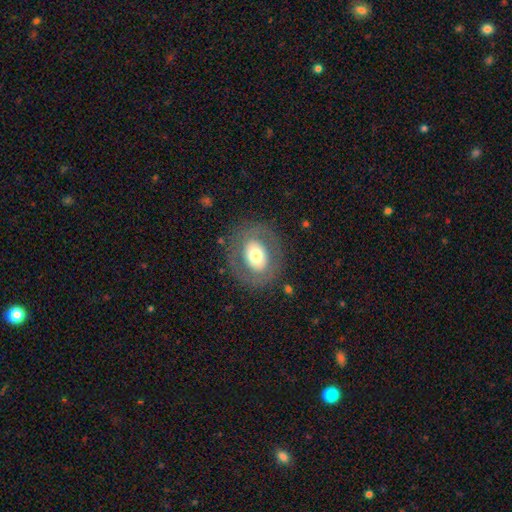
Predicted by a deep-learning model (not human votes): Smooth or featured: smooth — 51% (featured or disk — 41%)
How rounded: round — 53% (in between — 46%)
Merging: none — 79% (minor disturbance — 11%)